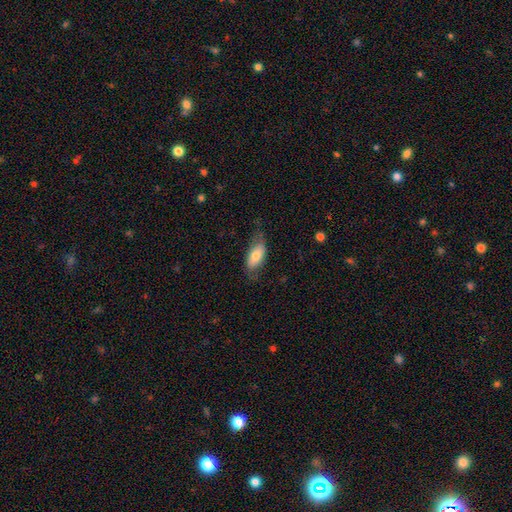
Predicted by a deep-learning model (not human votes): A smooth galaxy with no disk features (68%) that is in between round and cigar-shaped (86%). Merging: none (62%).